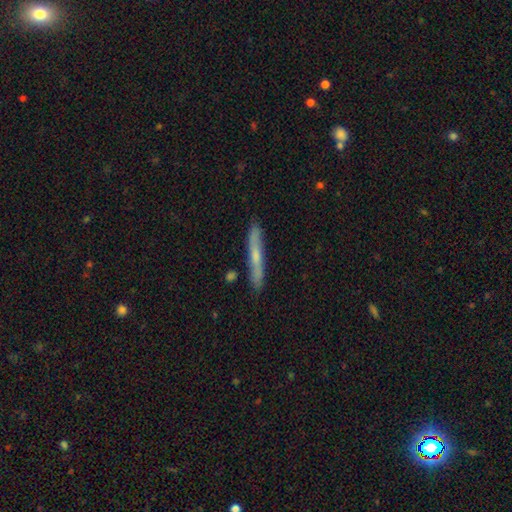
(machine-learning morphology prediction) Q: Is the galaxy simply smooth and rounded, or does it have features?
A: featured or disk — 49%.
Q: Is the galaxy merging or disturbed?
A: none — 86%.